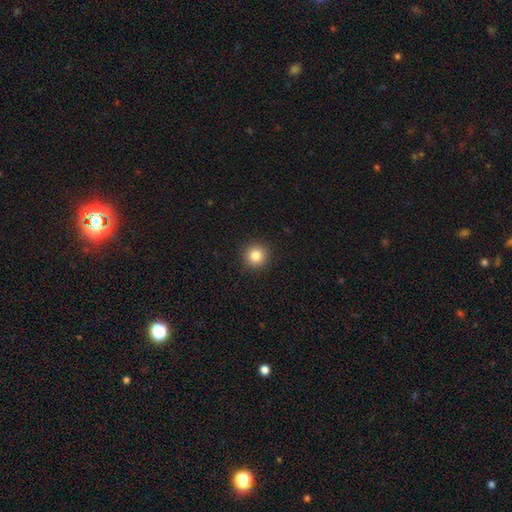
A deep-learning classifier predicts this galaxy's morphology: A smooth galaxy with no disk features (84%) that is round (95%). Merging: none (92%).